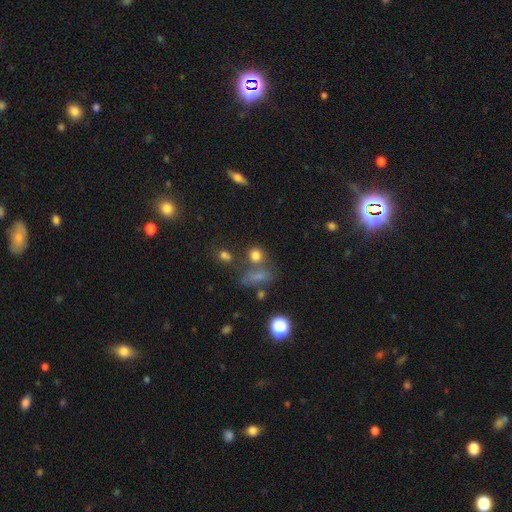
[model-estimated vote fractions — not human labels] Smooth or featured?
  - smooth: 74% *
  - star or artifact: 17%
  - featured or disk: 8%
How rounded?
  - round: 71% *
  - in between: 26%
  - cigar-shaped: 3%
Merging?
  - none: 57% *
  - merger: 23%
  - minor disturbance: 13%
  - major disturbance: 7%